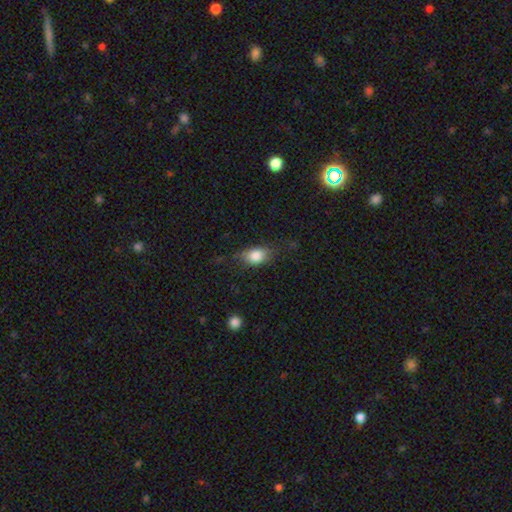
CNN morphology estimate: Overall: smooth (81%). How rounded: in between (76%). Merging: none (66%).